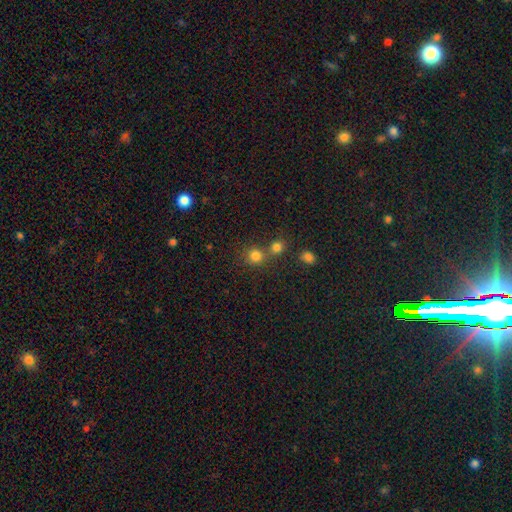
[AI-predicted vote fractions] smooth_or_featured: smooth (p=0.80) [alt: star or artifact p=0.15]
how_rounded: round (p=0.89) [alt: in between p=0.10]
merging: none (p=0.57) [alt: merger p=0.33]